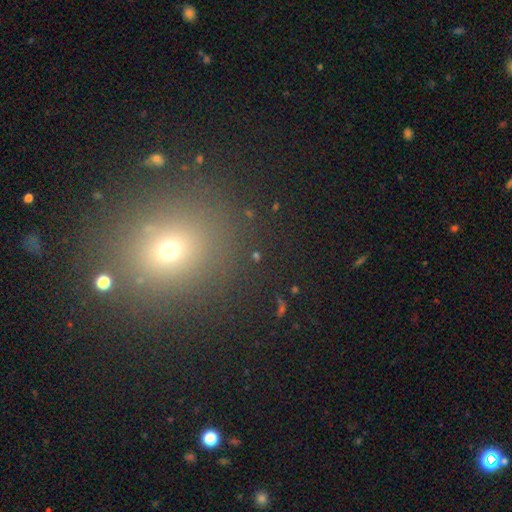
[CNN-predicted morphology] smooth_or_featured: smooth (p=0.48) [alt: star or artifact p=0.41]
merging: none (p=0.84) [alt: minor disturbance p=0.08]